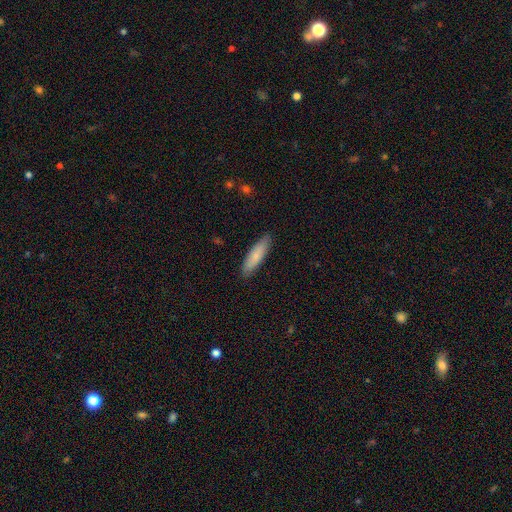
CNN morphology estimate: Overall: smooth (80%). How rounded: cigar-shaped (71%). Merging: none (88%).